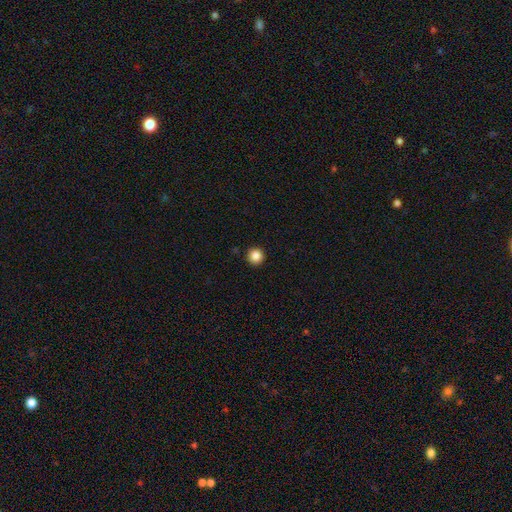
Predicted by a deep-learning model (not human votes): Morphology: type=smooth (86%); roundness=round (96%); merging=none (93%).